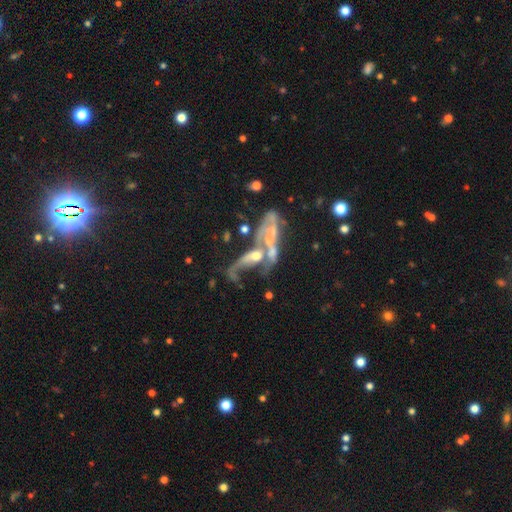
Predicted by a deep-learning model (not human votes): Q: Smooth or featured?
A: featured or disk (70%); runner-up: smooth (18%)
Q: Edge-on disk?
A: no (84%); runner-up: yes (16%)
Q: Bar?
A: no (69%); runner-up: weak (21%)
Q: Spiral arms?
A: yes (56%); runner-up: no (44%)
Q: Bulge size?
A: small (38%); runner-up: moderate (32%)
Q: Merging?
A: merger (61%); runner-up: major disturbance (19%)